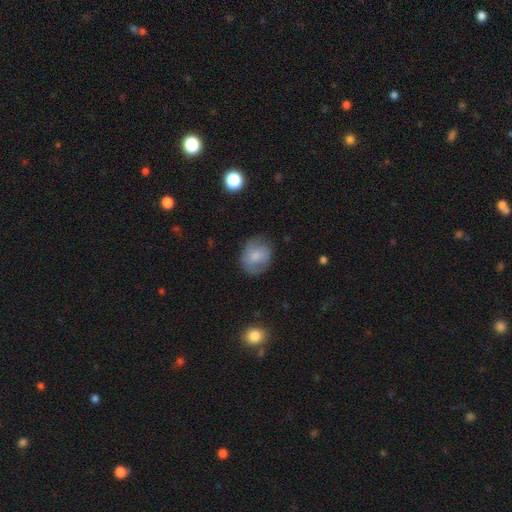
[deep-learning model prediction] Smooth or featured: smooth — 68% (featured or disk — 24%)
How rounded: round — 57% (in between — 42%)
Merging: none — 66% (minor disturbance — 24%)